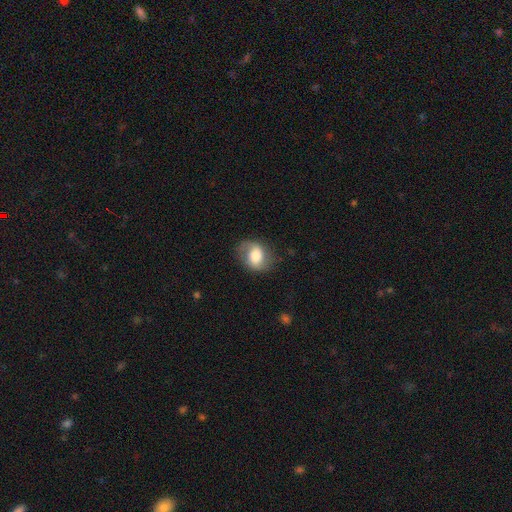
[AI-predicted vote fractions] A smooth galaxy with no disk features (48%).

Vote fractions:
- Smooth or featured? smooth: 48% / featured or disk: 44% / star or artifact: 8%
- Merging? none: 71% / minor disturbance: 18% / major disturbance: 9% / merger: 1%